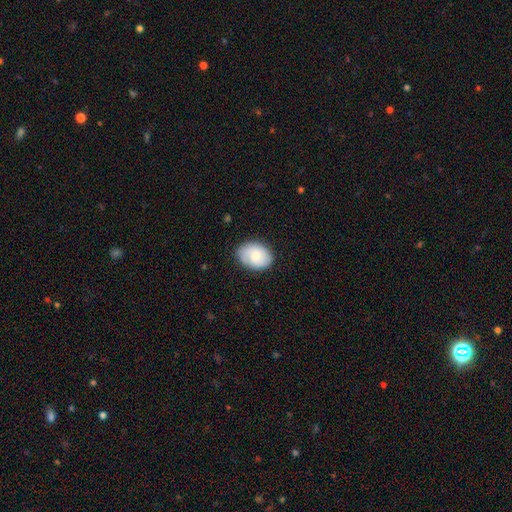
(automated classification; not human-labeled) Smooth or featured? smooth (71%)
How rounded? in between (73%)
Merging? none (76%)